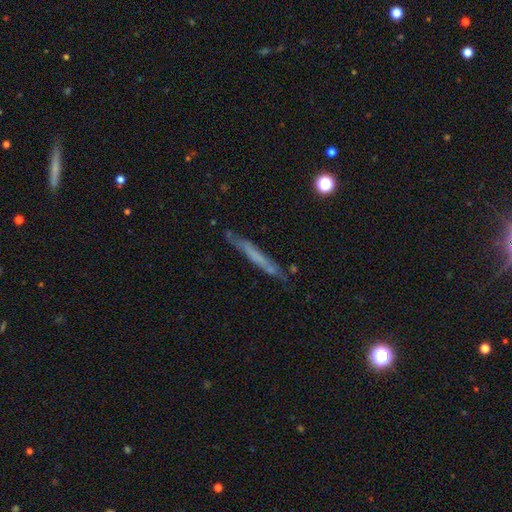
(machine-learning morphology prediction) Smooth or featured?
  - smooth: 48% *
  - featured or disk: 43%
  - star or artifact: 8%
Merging?
  - none: 75% *
  - minor disturbance: 17%
  - major disturbance: 4%
  - merger: 3%